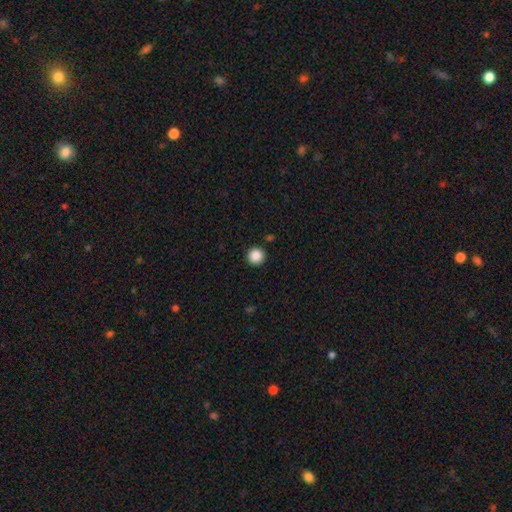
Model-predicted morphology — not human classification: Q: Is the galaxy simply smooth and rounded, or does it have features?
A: smooth — 88%.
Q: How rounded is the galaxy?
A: round — 95%.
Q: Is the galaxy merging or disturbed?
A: none — 92%.